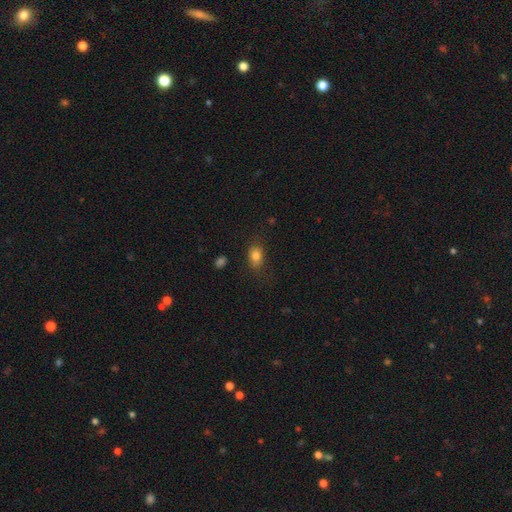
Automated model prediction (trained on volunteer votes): This is clearly a smooth galaxy (82%). How rounded: likely in between (75%). Merging: likely none (73%).